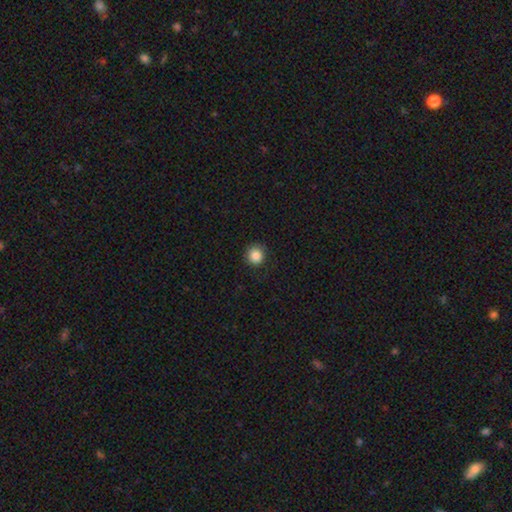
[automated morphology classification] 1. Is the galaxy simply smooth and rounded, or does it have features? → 86% smooth, 10% star or artifact, 4% featured or disk.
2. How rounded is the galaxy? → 91% round, 8% in between, 1% cigar-shaped.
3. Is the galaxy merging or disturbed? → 89% none, 8% minor disturbance, 2% major disturbance, 1% merger.